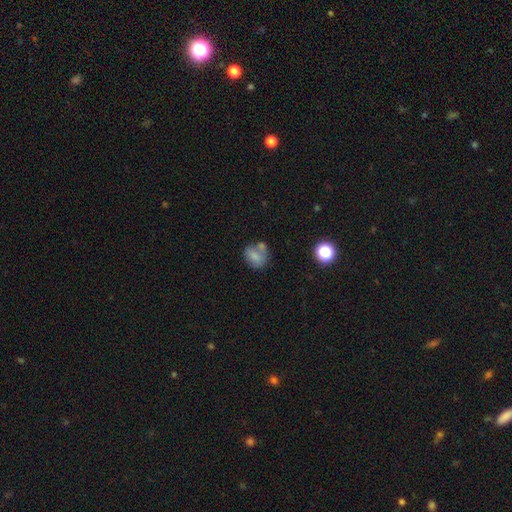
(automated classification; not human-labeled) A smooth galaxy with no disk features (68%) that is round (53%). Merging: none (42%).